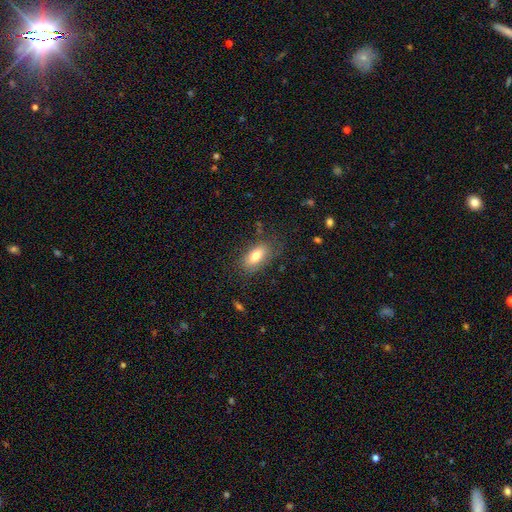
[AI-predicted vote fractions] Smooth or featured?
  - smooth: 77% *
  - featured or disk: 15%
  - star or artifact: 8%
How rounded?
  - in between: 88% *
  - cigar-shaped: 7%
  - round: 4%
Merging?
  - none: 76% *
  - minor disturbance: 16%
  - major disturbance: 6%
  - merger: 1%